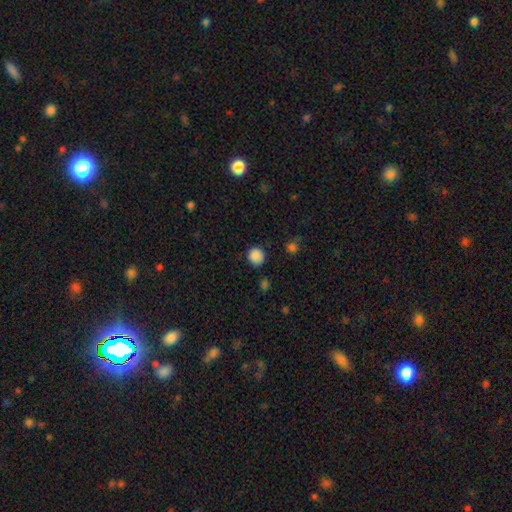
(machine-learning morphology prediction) type=smooth (86%); roundness=round (88%); merging=none (84%).